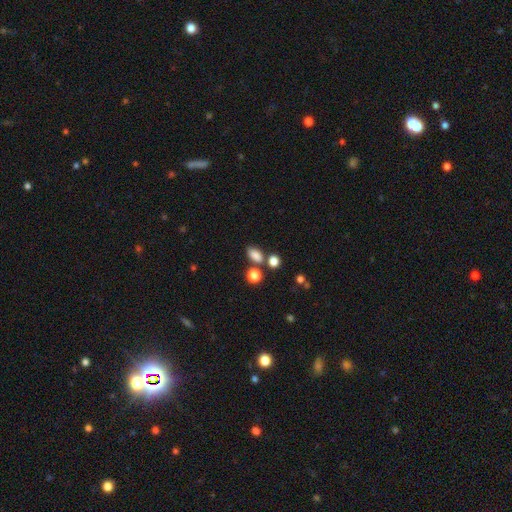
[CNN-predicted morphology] Smooth or featured? Predicted: smooth (p=0.81). How rounded? Predicted: in between (p=0.81). Merging? Predicted: none (p=0.63).